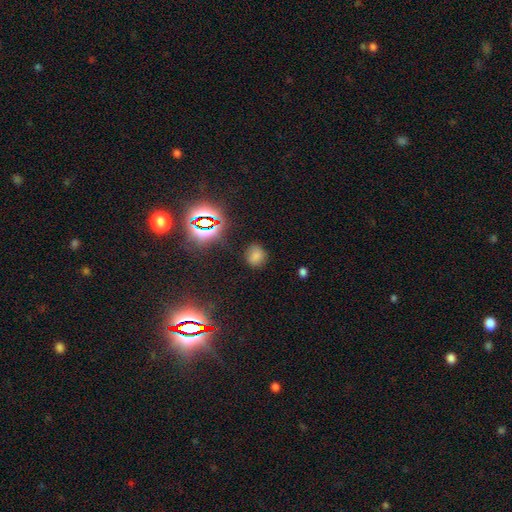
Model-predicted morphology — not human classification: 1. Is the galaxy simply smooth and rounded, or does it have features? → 71% smooth, 22% star or artifact, 7% featured or disk.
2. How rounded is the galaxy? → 67% round, 31% in between, 1% cigar-shaped.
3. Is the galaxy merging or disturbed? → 81% none, 13% minor disturbance, 4% major disturbance, 2% merger.